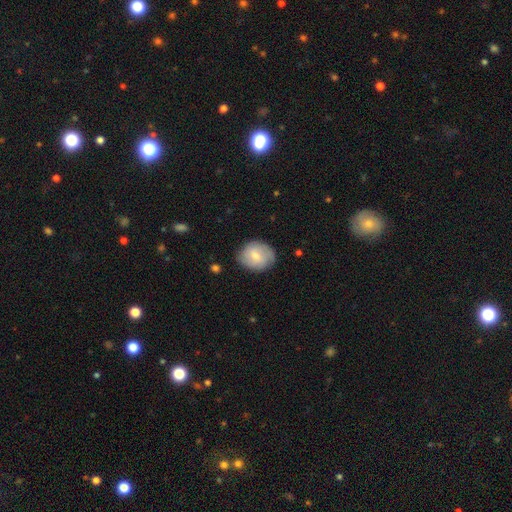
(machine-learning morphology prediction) This appears to be a smooth galaxy with no disk features (55%) that is round (61%). Merging: none (78%).